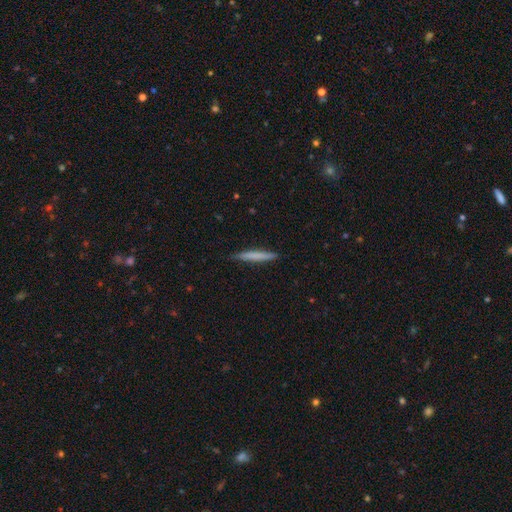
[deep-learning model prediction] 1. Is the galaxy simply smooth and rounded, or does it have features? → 68% smooth, 27% featured or disk, 5% star or artifact.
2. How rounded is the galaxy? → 96% cigar-shaped, 3% in between, 1% round.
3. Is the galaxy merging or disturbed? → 89% none, 9% minor disturbance, 2% major disturbance, 1% merger.